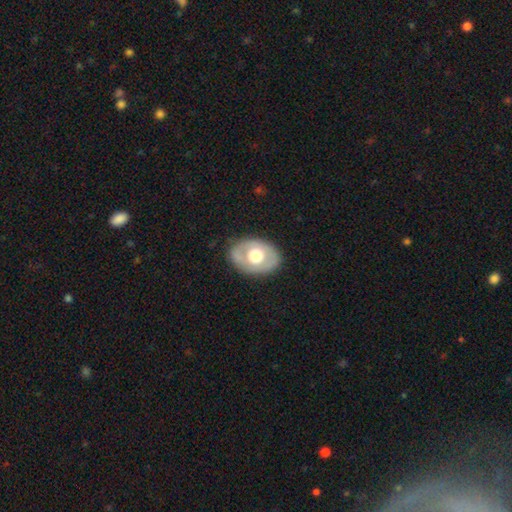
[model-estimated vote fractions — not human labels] A smooth galaxy with no disk features (49%). Merging: none (82%).